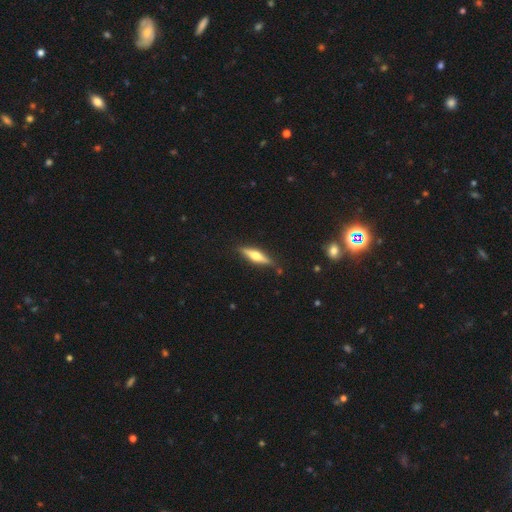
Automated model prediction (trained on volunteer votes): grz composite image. It shows a featured or disk galaxy (61%) viewed edge-on (95%) with a rounded central bulge (92%). Merging: none (86%).